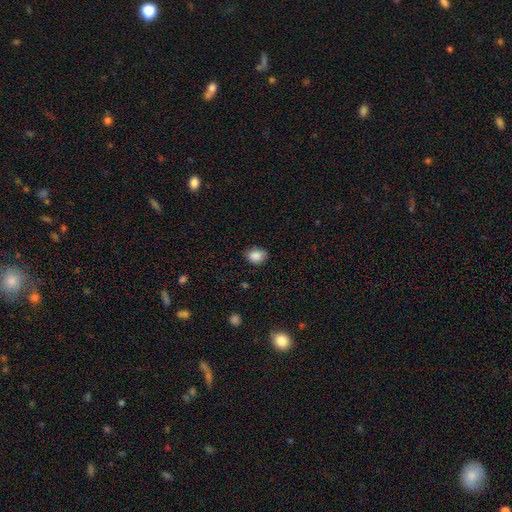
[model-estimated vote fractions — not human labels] The model was most divided on "how rounded": in between: 57%, round: 42%, cigar-shaped: 1%. More confident: smooth or featured — smooth (88%); merging — none (79%).